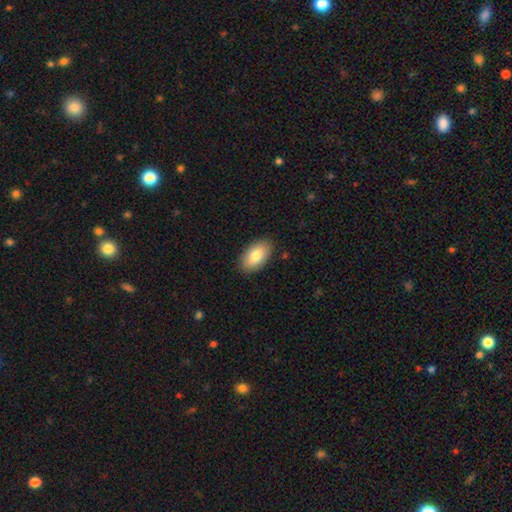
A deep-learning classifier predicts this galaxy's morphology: A smooth galaxy with no disk features (81%) that is in between round and cigar-shaped (94%).

Vote fractions:
- Smooth or featured? smooth: 81% / featured or disk: 13% / star or artifact: 6%
- How rounded? in between: 94% / round: 4% / cigar-shaped: 2%
- Merging? none: 87% / minor disturbance: 9% / major disturbance: 2% / merger: 1%